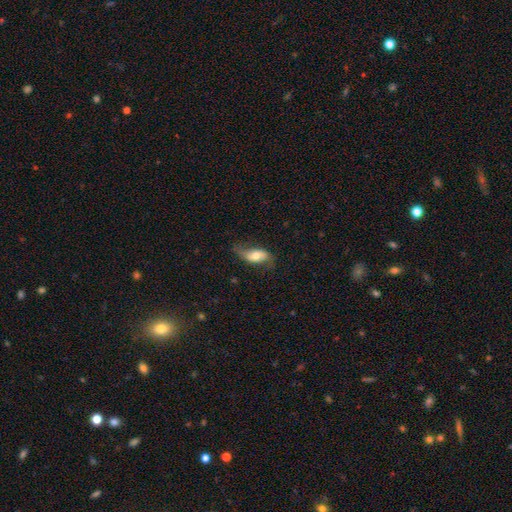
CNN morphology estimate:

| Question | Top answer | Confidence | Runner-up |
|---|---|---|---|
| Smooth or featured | featured or disk | 47% | smooth (46%) |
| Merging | none | 60% | minor disturbance (26%) |